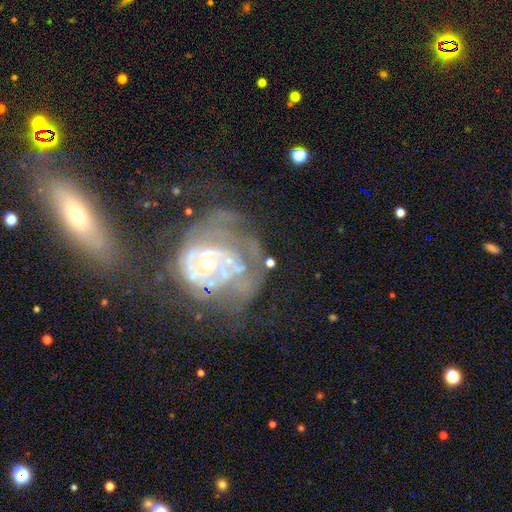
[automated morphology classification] Overall: featured or disk (76%). Edge-on disk: no (94%). Bar: no (67%). Spiral arms: yes (85%). Spiral arm count: can't tell (40%; 2 18%). Spiral winding: tight (66%). Bulge size: small (51%; moderate 41%). Merging: none (51%; major disturbance 21%).